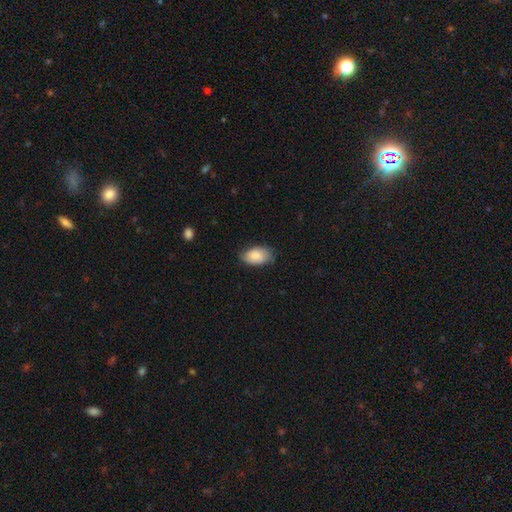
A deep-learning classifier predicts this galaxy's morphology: Smooth or featured? Predicted: smooth (p=0.83). How rounded? Predicted: in between (p=0.93). Merging? Predicted: none (p=0.71).